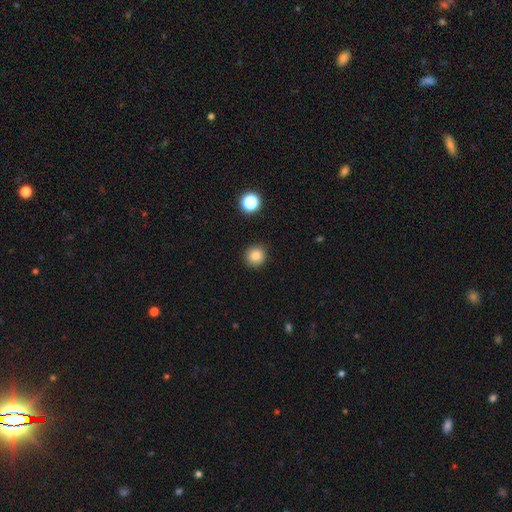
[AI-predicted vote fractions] smooth-or-featured: smooth: 84% | star or artifact: 12% | featured or disk: 5%
  how-rounded: round: 94% | in between: 5% | cigar-shaped: 1%
  merging: none: 91% | minor disturbance: 6% | major disturbance: 2% | merger: 1%